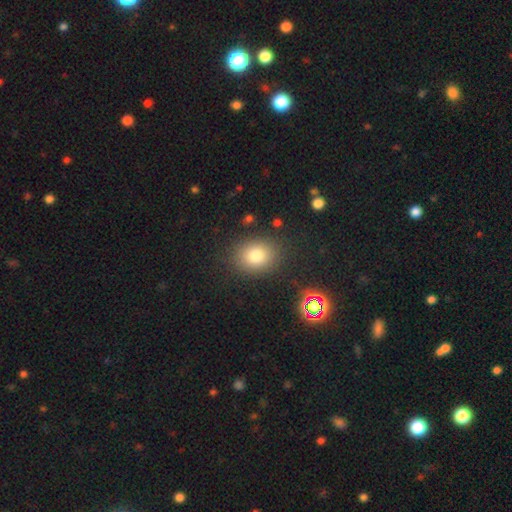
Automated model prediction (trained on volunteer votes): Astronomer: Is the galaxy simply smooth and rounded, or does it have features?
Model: smooth — 78%.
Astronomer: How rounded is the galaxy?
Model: round — 55% (runner-up: in between, 44%).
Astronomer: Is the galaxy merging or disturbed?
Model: none — 85%.